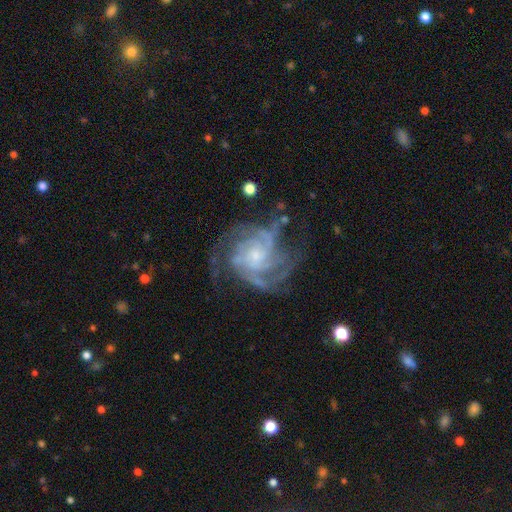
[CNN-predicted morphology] Smooth or featured? featured or disk (90%)
Edge-on disk? no (98%)
Bar? no (67%)
Spiral arms? yes (98%)
Spiral winding? tight (56%)
Spiral arm count? 3 (33%)
Bulge size? small (62%)
Merging? none (64%)